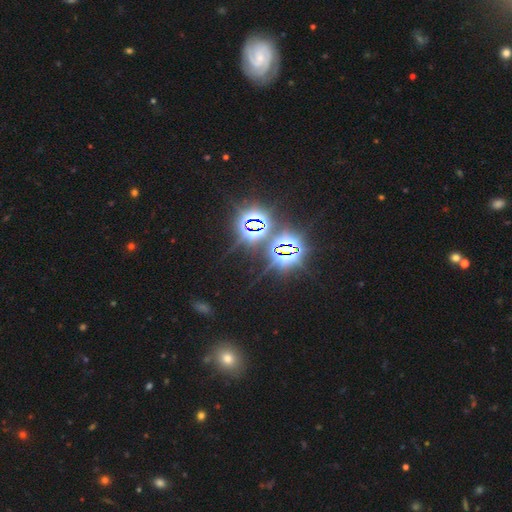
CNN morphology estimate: Smooth or featured?
  - star or artifact: 79% *
  - smooth: 12%
  - featured or disk: 9%